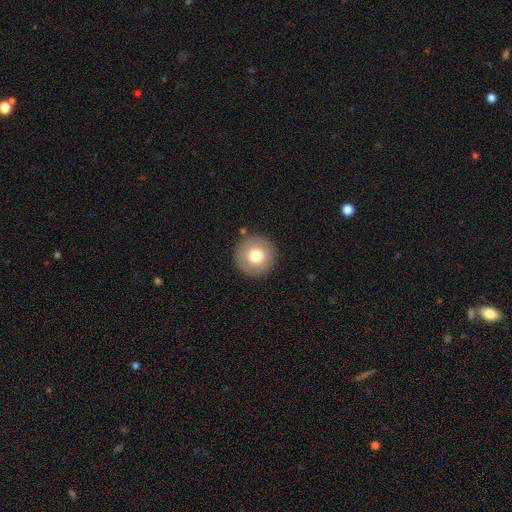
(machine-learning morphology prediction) The model was most divided on "smooth or featured": smooth: 75%, featured or disk: 16%, star or artifact: 9%. More confident: how rounded — round (96%); merging — none (90%).